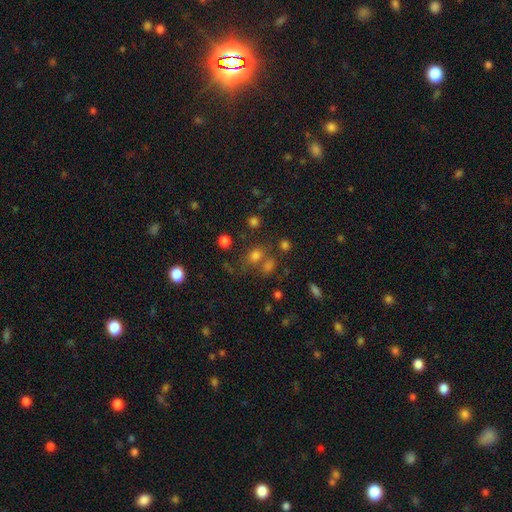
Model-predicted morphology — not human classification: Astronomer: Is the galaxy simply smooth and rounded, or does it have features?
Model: smooth — 66%.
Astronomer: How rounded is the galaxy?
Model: round — 64%.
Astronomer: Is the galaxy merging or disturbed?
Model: none — 61%.